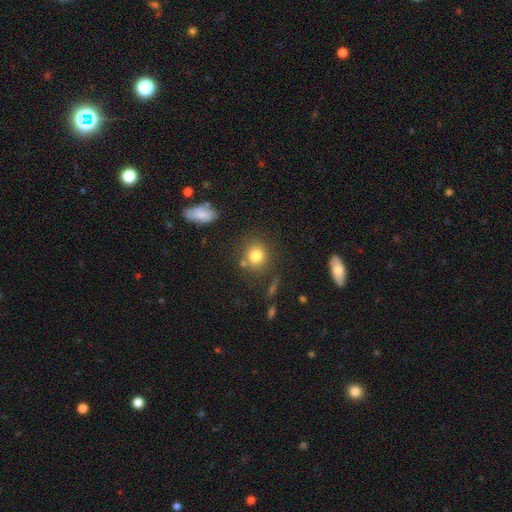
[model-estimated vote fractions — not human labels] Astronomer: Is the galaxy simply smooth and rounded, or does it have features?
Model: smooth — 81%.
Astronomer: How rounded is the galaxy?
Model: round — 75%.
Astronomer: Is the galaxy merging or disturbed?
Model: none — 75%.